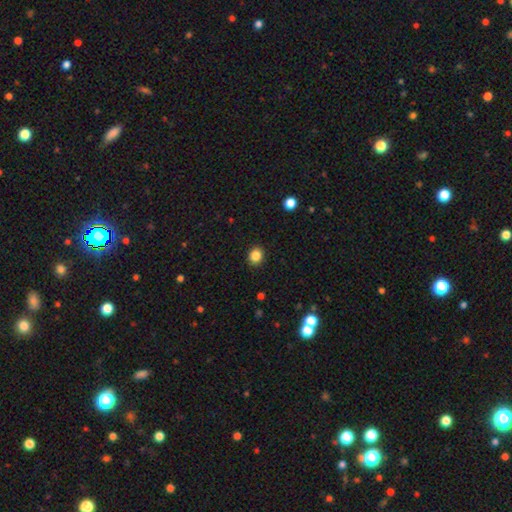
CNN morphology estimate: Smooth or featured? smooth (85%)
How rounded? round (69%)
Merging? none (90%)